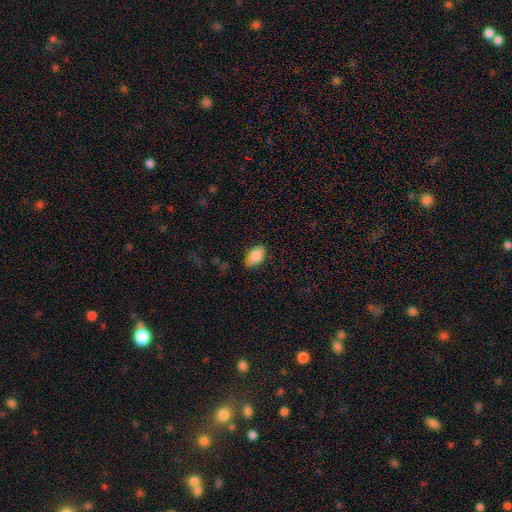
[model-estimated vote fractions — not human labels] A smooth galaxy with no disk features (84%) that is in between round and cigar-shaped (90%). Merging: none (71%).